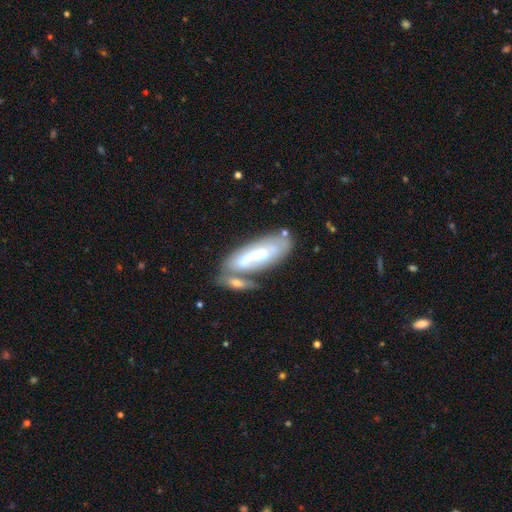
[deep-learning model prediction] Overall: featured or disk (54%; smooth 39%). Edge-on disk: no (80%). Merging: merger (40%; none 31%).